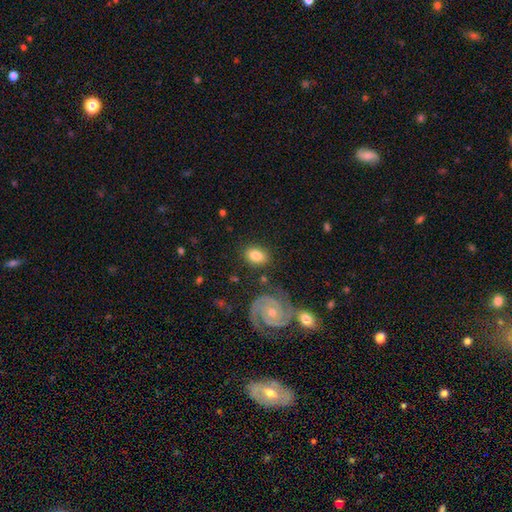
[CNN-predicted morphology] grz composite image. It shows a smooth galaxy with no disk features (74%) that is in between round and cigar-shaped (80%). Merging: none (79%).